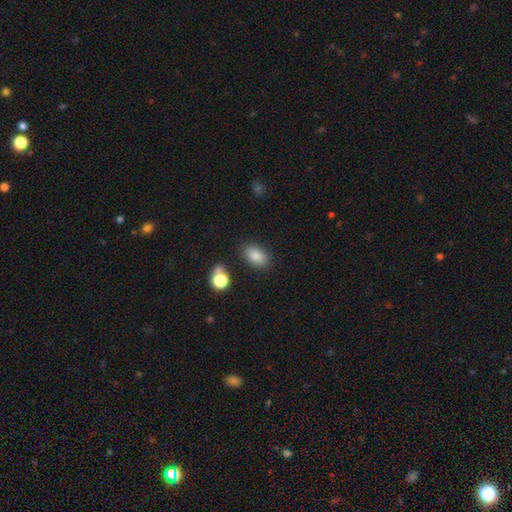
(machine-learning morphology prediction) Smooth or featured? Predicted: smooth (p=0.84). How rounded? Predicted: in between (p=0.87). Merging? Predicted: none (p=0.81).